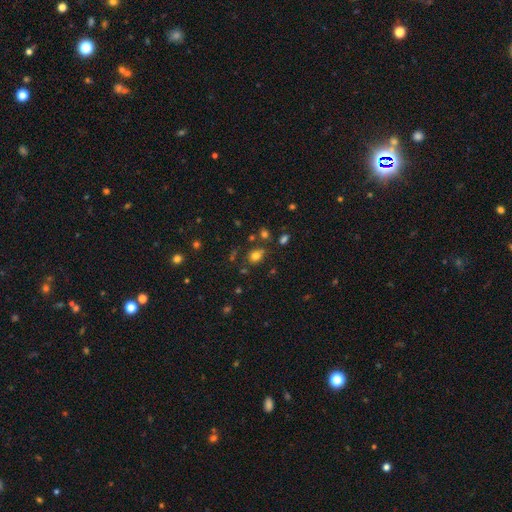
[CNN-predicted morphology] smooth 75%, star or artifact 17%, featured or disk 8%. Down the decision tree: how rounded — round (60%); merging — none (73%).